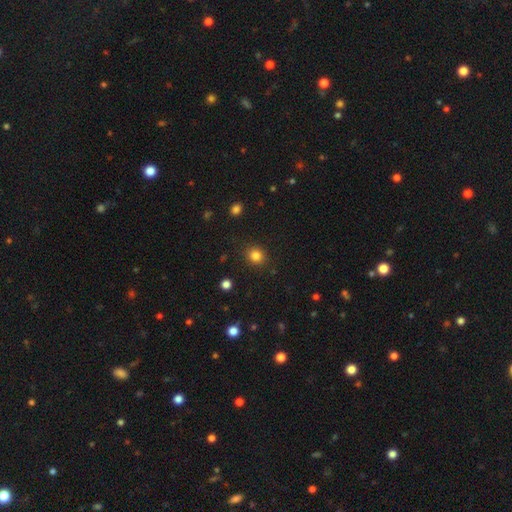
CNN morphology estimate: A smooth galaxy with no disk features (83%) that is round (80%). Merging: none (89%).